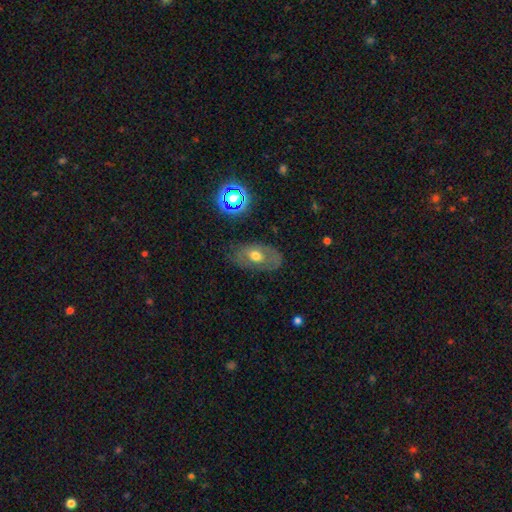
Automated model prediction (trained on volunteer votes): smooth-or-featured: featured or disk: 45% | smooth: 44% | star or artifact: 11%
  merging: none: 72% | minor disturbance: 19% | major disturbance: 8% | merger: 2%